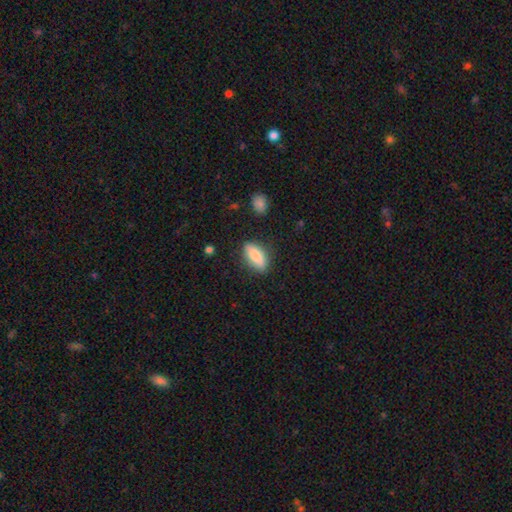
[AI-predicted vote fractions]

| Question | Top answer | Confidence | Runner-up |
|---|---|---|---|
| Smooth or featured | smooth | 78% | featured or disk (15%) |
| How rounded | in between | 72% | cigar-shaped (25%) |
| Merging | none | 82% | minor disturbance (13%) |